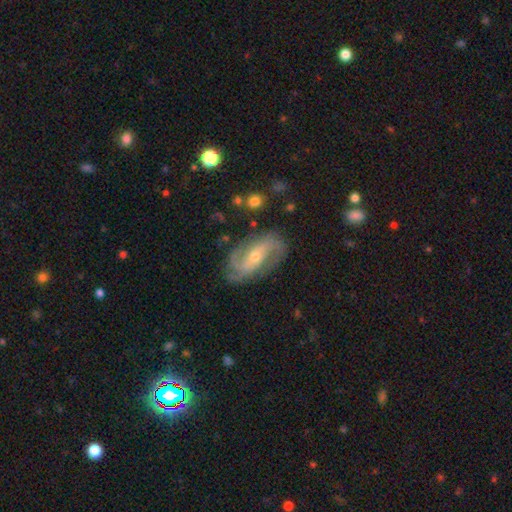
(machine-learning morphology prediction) Smooth or featured? Predicted: featured or disk (p=0.86). Edge-on disk? Predicted: no (p=0.95). Bar? Predicted: weak (p=0.36, tied with no). Spiral arms? Predicted: yes (p=0.95). Spiral winding? Predicted: medium (p=0.45). Spiral arm count? Predicted: 2 (p=0.62). Bulge size? Predicted: small (p=0.57). Merging? Predicted: none (p=0.75).